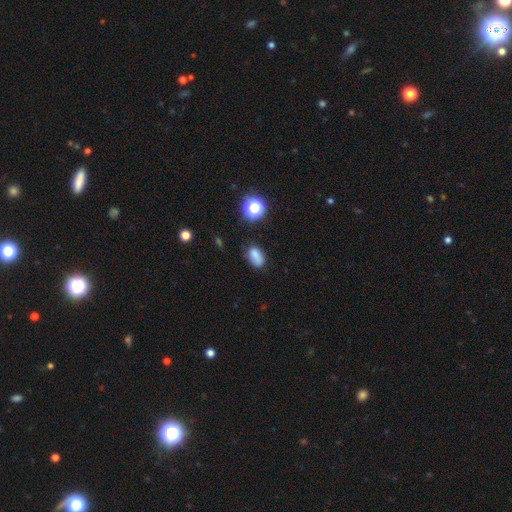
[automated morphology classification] smooth-or-featured: smooth: 78% | star or artifact: 14% | featured or disk: 9%
  how-rounded: in between: 84% | round: 14% | cigar-shaped: 2%
  merging: none: 66% | minor disturbance: 24% | major disturbance: 6% | merger: 4%